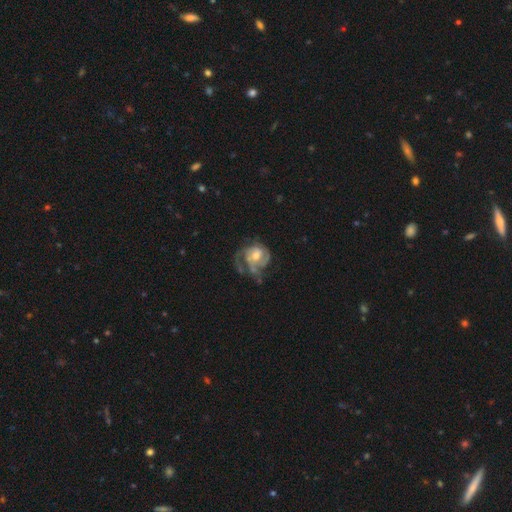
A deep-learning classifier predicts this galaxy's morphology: A featured or disk galaxy (80%) with no bar (67%), 3 (29%) tight (45%) spiral arms (90%) and a moderate central bulge (60%). Merging: none (38%).